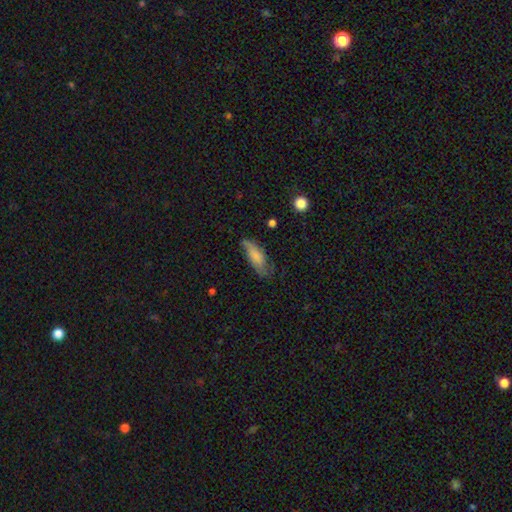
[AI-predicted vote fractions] Overall: smooth (64%; featured or disk 29%). How rounded: in between (68%; cigar-shaped 30%). Merging: none (52%; minor disturbance 33%).